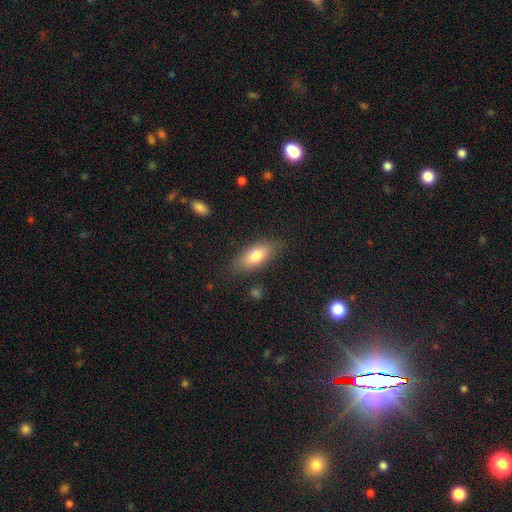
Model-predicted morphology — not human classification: Q: Smooth or featured?
A: smooth (78%); runner-up: featured or disk (15%)
Q: How rounded?
A: in between (78%); runner-up: cigar-shaped (19%)
Q: Merging?
A: none (82%); runner-up: minor disturbance (13%)